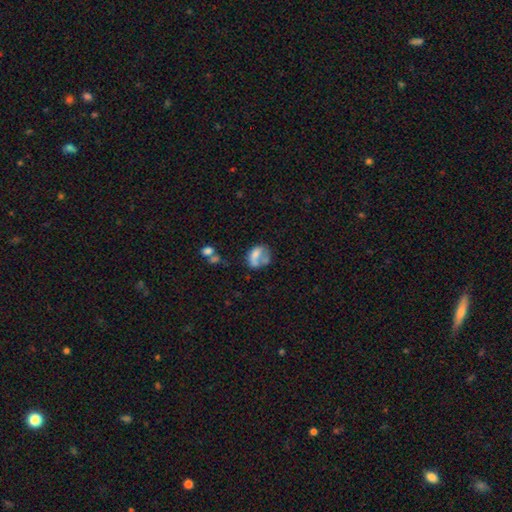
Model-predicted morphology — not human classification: type=smooth (56%); roundness=in between (68%); merging=major disturbance (30%).